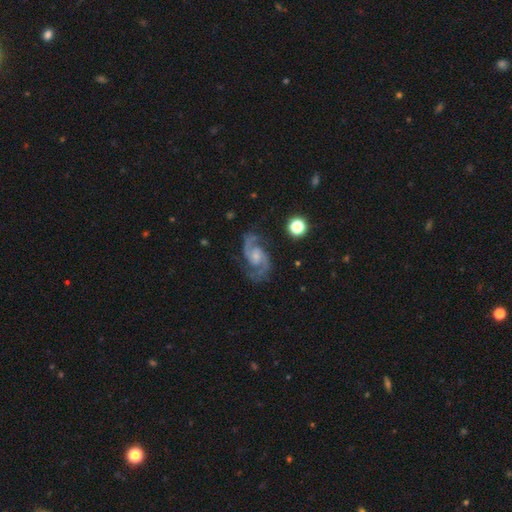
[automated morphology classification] The model was most divided on "bar": no: 50%, weak: 41%, strong: 8%. Remaining: spiral arms — yes (98%); edge-on disk — no (98%); spiral arm count — 2 (93%); smooth or featured — featured or disk (92%); merging — none (78%); spiral winding — medium (63%); bulge size — small (48%).